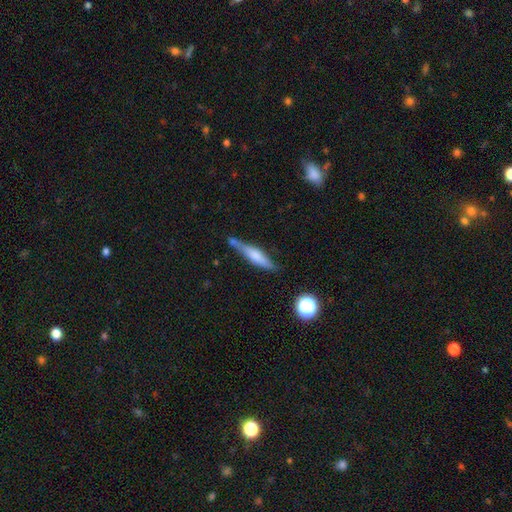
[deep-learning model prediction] Morphology: type=smooth (52%); roundness=cigar-shaped (82%); merging=none (59%).